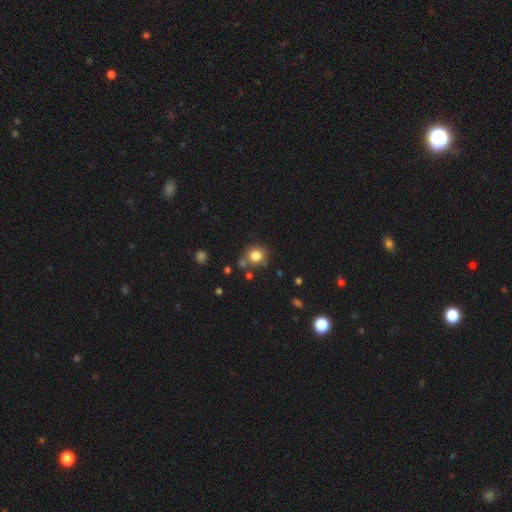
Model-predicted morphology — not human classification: This appears to be a smooth galaxy with no disk features (82%) that is round (85%). Merging: none (69%).